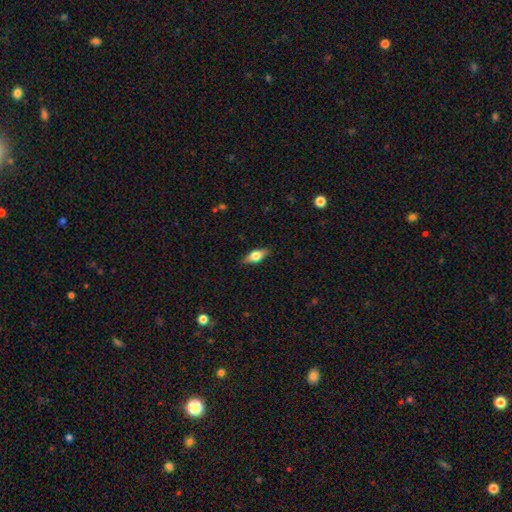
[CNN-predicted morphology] smooth_or_featured: smooth (p=0.54) [alt: featured or disk p=0.39]
how_rounded: in between (p=0.71) [alt: cigar-shaped p=0.25]
merging: none (p=0.87) [alt: minor disturbance p=0.10]